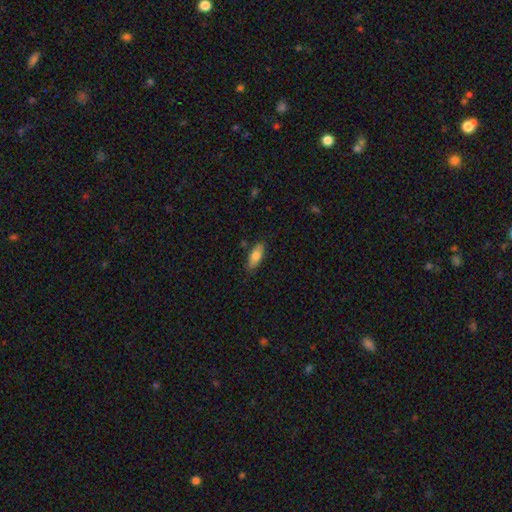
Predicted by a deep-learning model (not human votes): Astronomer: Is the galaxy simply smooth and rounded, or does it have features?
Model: smooth — 76%.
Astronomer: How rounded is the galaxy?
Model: in between — 74%.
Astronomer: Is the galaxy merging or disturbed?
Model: none — 82%.